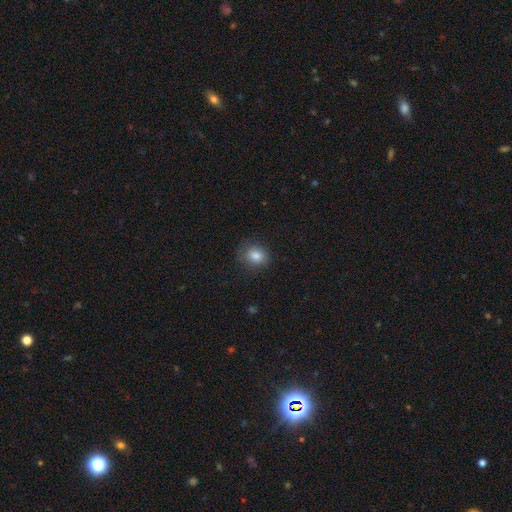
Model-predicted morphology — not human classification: Smooth or featured? Predicted: smooth (p=0.82). How rounded? Predicted: round (p=0.55). Merging? Predicted: none (p=0.78).